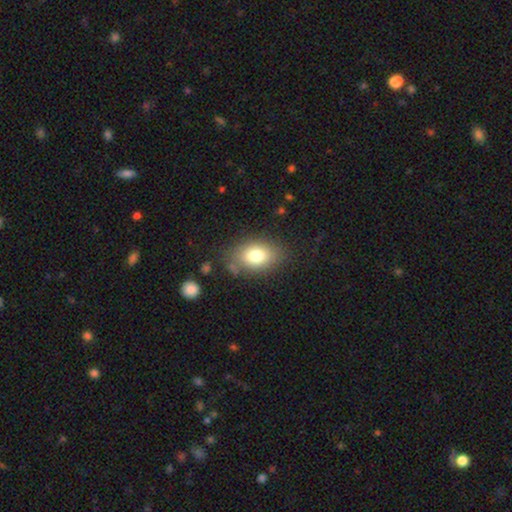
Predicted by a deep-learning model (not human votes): A smooth galaxy with no disk features (79%) that is in between round and cigar-shaped (83%). Merging: none (77%).